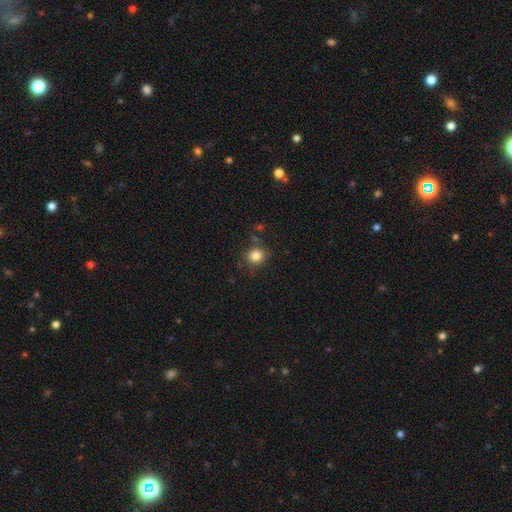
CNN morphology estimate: Smooth or featured? smooth (83%)
How rounded? round (86%)
Merging? none (81%)